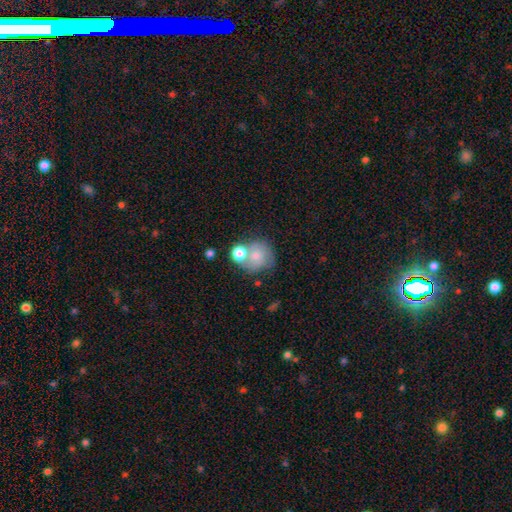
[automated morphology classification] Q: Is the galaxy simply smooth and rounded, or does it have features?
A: smooth — 65%.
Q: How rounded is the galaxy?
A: round — 81%.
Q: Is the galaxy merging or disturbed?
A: none — 42%.